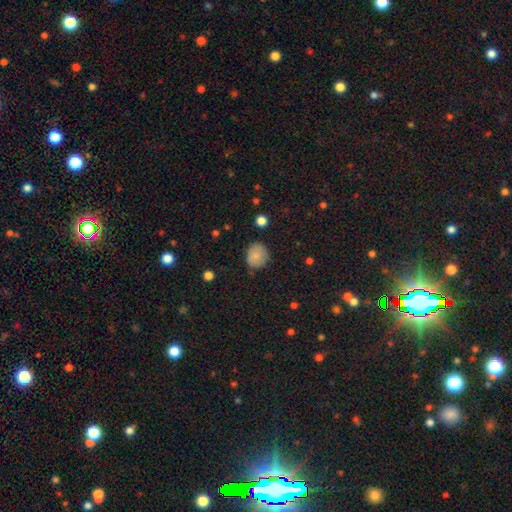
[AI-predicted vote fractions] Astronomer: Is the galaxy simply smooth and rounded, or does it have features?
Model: smooth — 80%.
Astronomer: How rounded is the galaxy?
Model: round — 71%.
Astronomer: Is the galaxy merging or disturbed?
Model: none — 69%.